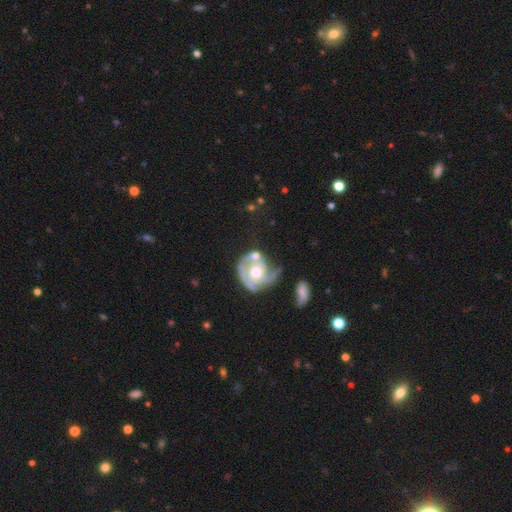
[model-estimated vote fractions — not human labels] featured or disk 56%, smooth 25%, star or artifact 19%. Down the decision tree: edge-on disk — no (94%); bar — no (76%); spiral arms — yes (55%); bulge size — moderate (68%); merging — none (54%).